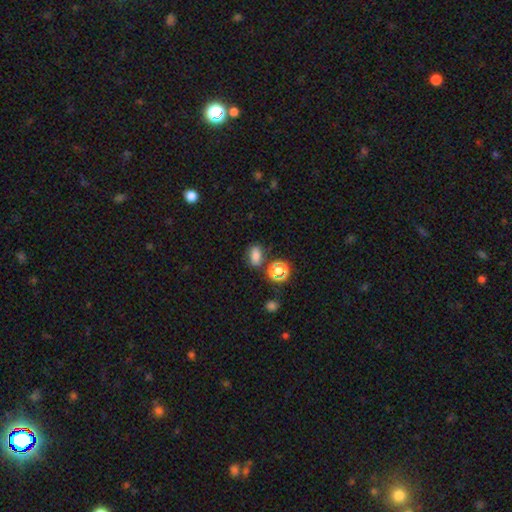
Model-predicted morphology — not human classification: Smooth or featured?
  - smooth: 75% *
  - star or artifact: 17%
  - featured or disk: 8%
How rounded?
  - in between: 74% *
  - round: 23%
  - cigar-shaped: 3%
Merging?
  - none: 73% *
  - minor disturbance: 14%
  - merger: 8%
  - major disturbance: 4%